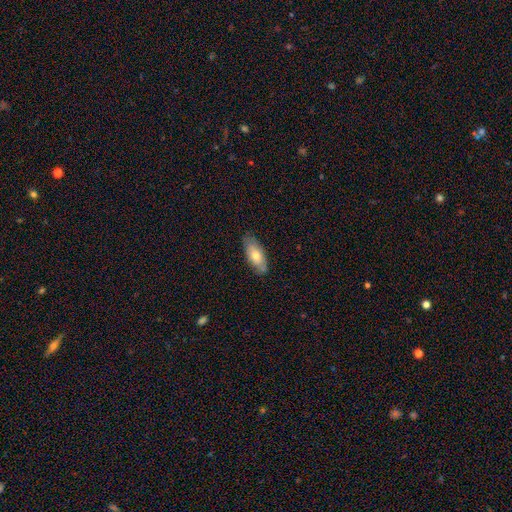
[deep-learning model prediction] smooth_or_featured: smooth (p=0.67) [alt: featured or disk p=0.27]
how_rounded: in between (p=0.81) [alt: cigar-shaped p=0.16]
merging: none (p=0.77) [alt: minor disturbance p=0.18]